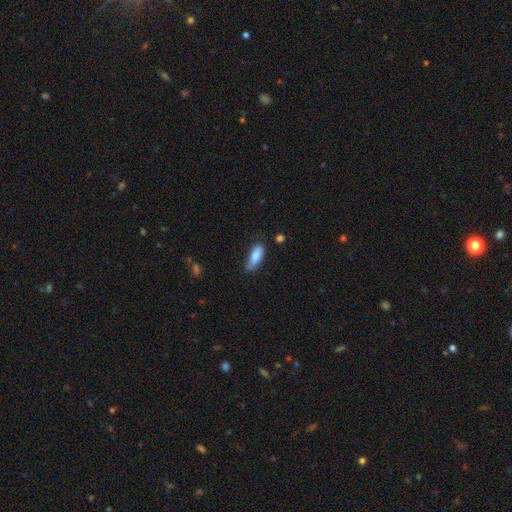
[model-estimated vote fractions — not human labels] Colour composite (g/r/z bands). It shows a smooth galaxy with no disk features (83%) that is in between round and cigar-shaped (70%). Merging: none (62%).